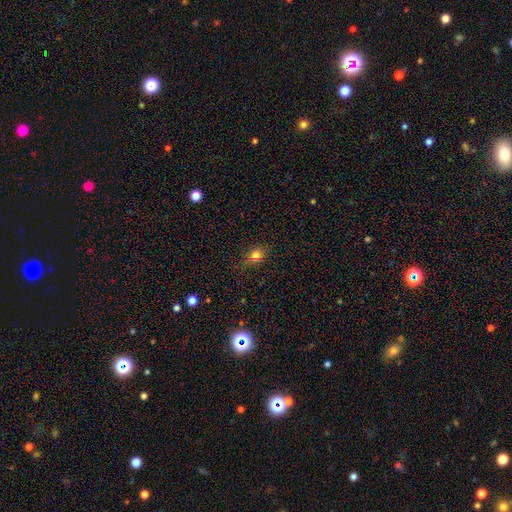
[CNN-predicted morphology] smooth-or-featured: smooth: 77% | star or artifact: 15% | featured or disk: 8%
  how-rounded: round: 58% | in between: 40% | cigar-shaped: 2%
  merging: none: 81% | minor disturbance: 14% | major disturbance: 4% | merger: 1%